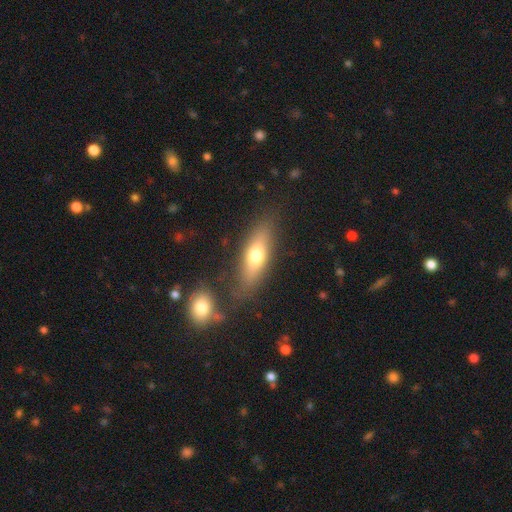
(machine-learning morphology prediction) type=smooth (63%); roundness=in between (57%); merging=none (75%).